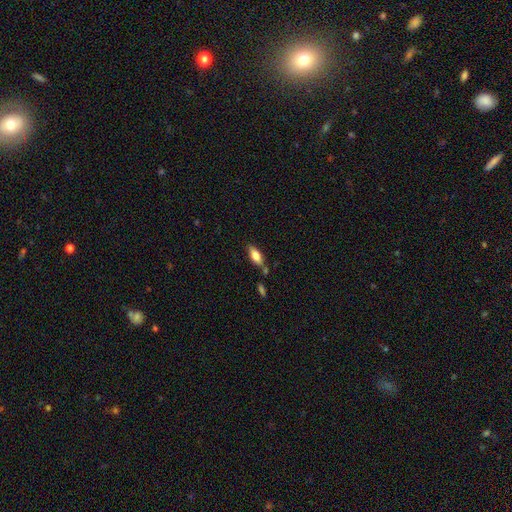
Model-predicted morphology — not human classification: Overall: smooth (75%). How rounded: in between (77%). Merging: none (69%).